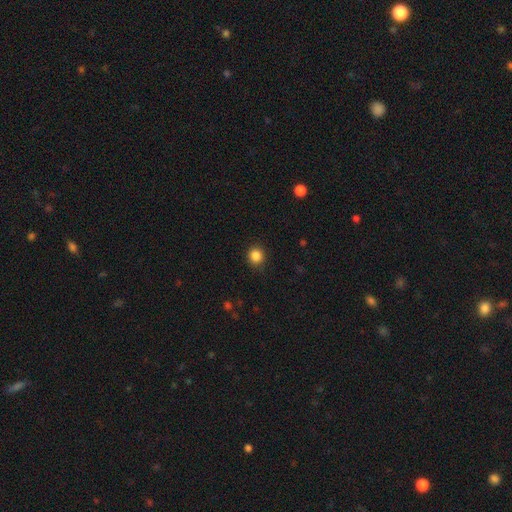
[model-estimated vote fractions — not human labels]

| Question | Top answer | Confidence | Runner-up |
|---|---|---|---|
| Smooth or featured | smooth | 86% | star or artifact (11%) |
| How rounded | round | 90% | in between (9%) |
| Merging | none | 89% | minor disturbance (8%) |